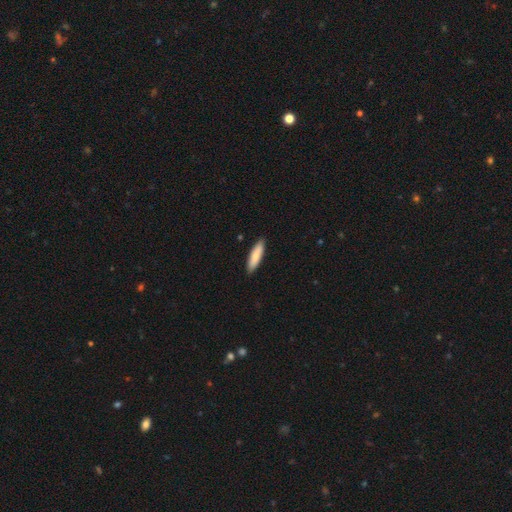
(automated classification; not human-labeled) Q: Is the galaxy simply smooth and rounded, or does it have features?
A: smooth — 81%.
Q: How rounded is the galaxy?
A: cigar-shaped — 71%.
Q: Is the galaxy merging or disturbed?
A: none — 90%.